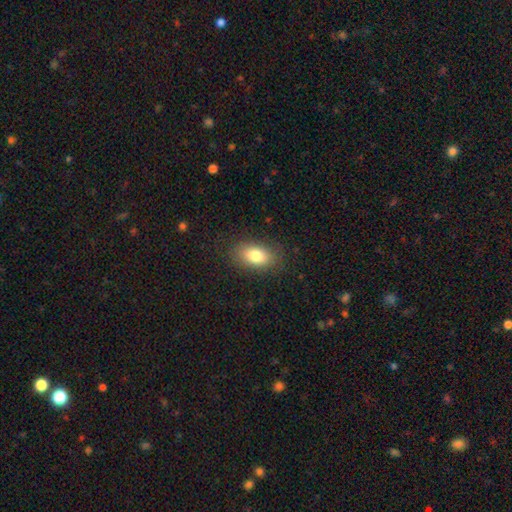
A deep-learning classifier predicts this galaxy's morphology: This is likely a smooth galaxy (79%). How rounded: clearly in between (88%). Merging: clearly none (84%).